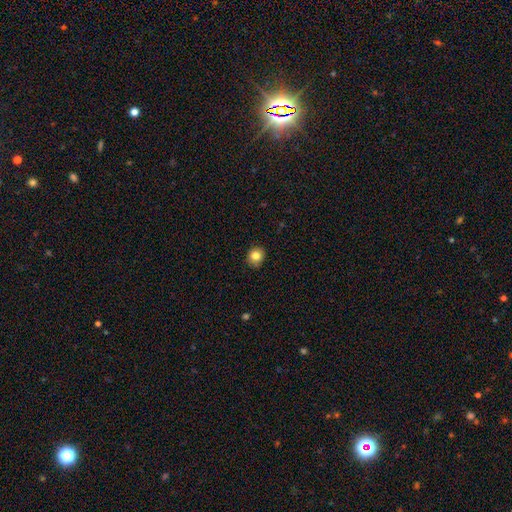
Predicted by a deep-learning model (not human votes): A smooth galaxy with no disk features (83%) that is round (79%).

Vote fractions:
- Smooth or featured? smooth: 83% / star or artifact: 10% / featured or disk: 7%
- How rounded? round: 79% / in between: 20% / cigar-shaped: 1%
- Merging? none: 89% / minor disturbance: 8% / major disturbance: 2% / merger: 1%